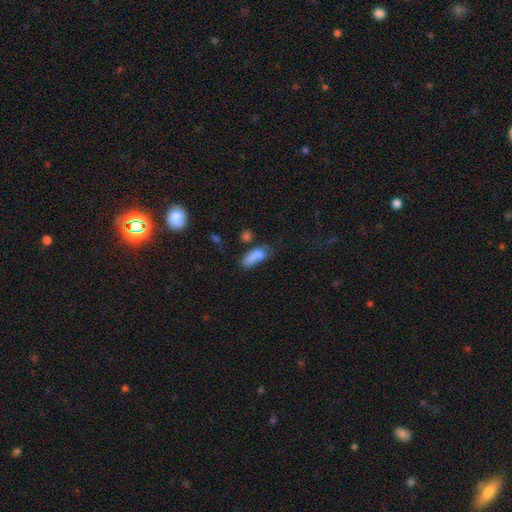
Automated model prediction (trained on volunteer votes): A smooth galaxy with no disk features (77%) that is in between round and cigar-shaped (68%). Merging: none (33%).